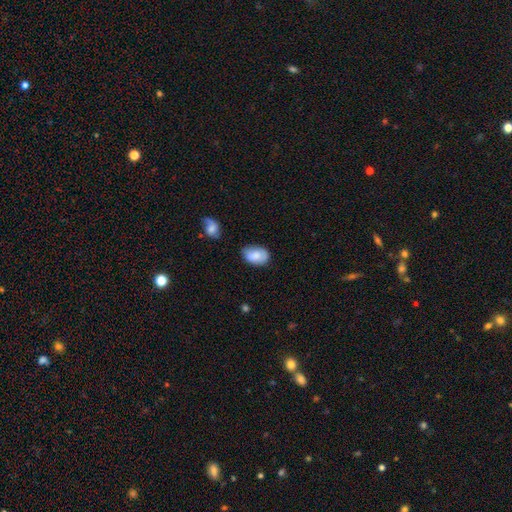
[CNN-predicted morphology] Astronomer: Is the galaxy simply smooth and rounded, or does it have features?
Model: smooth — 79%.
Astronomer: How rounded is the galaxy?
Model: in between — 85%.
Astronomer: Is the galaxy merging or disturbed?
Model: none — 61%.